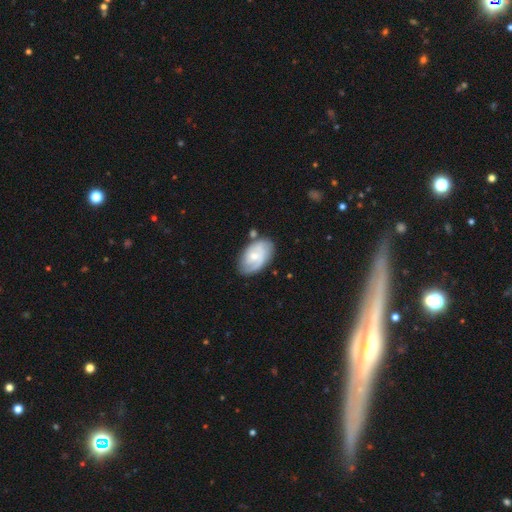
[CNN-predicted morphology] Overall: featured or disk (66%; smooth 28%). Edge-on disk: no (96%). Bar: no (63%; weak 33%). Spiral arms: yes (88%). Spiral arm count: 2 (44%; can't tell 27%). Spiral winding: tight (50%; medium 35%). Bulge size: small (50%; moderate 43%). Merging: none (69%).